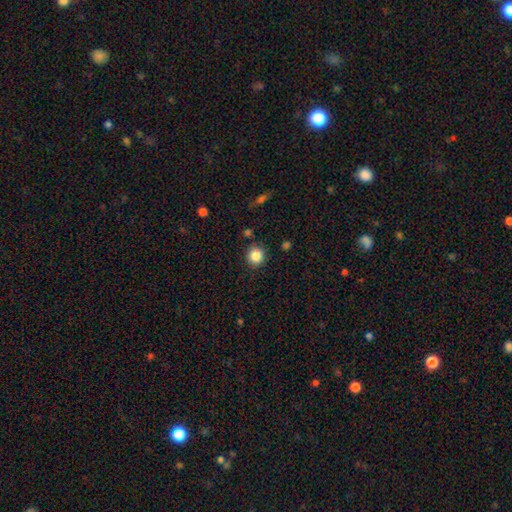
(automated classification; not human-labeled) Smooth or featured: smooth — 85% (star or artifact — 10%)
How rounded: round — 86% (in between — 13%)
Merging: none — 85% (minor disturbance — 9%)